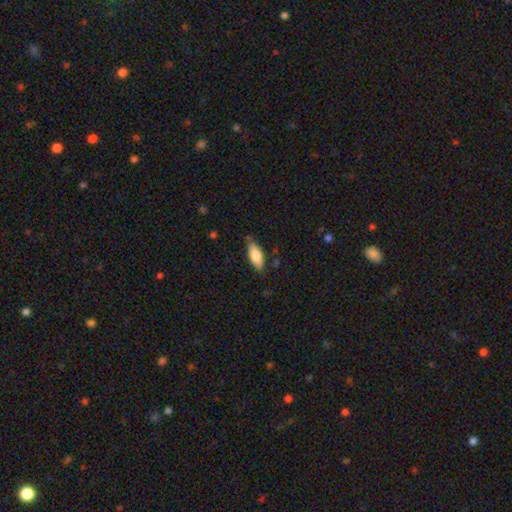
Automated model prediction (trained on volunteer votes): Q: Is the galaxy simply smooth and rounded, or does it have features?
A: smooth — 79%.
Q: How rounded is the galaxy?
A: in between — 77%.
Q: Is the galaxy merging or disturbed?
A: none — 79%.